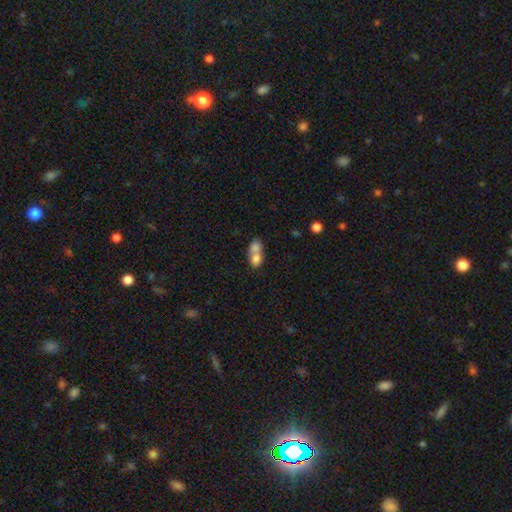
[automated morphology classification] Smooth or featured: smooth — 74% (featured or disk — 17%)
How rounded: in between — 54% (round — 43%)
Merging: merger — 74% (none — 17%)